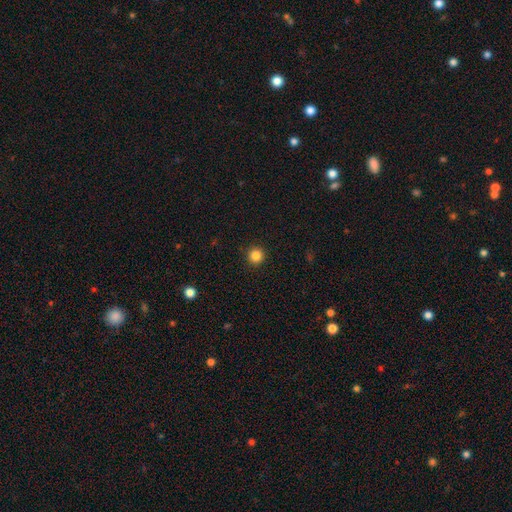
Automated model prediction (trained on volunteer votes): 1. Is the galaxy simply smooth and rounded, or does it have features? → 84% smooth, 12% star or artifact, 4% featured or disk.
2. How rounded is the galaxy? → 96% round, 3% in between, 1% cigar-shaped.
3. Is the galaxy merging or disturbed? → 93% none, 4% minor disturbance, 2% major disturbance, 1% merger.